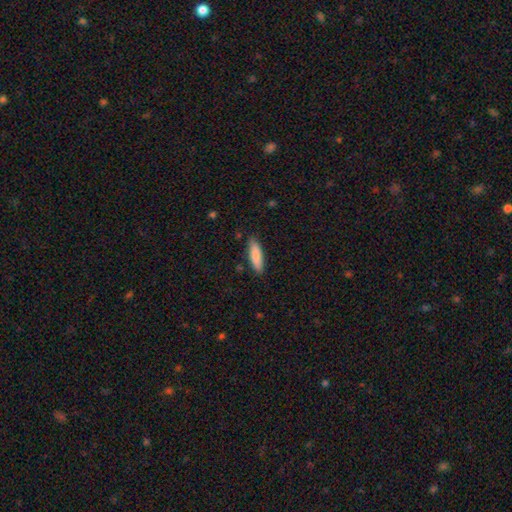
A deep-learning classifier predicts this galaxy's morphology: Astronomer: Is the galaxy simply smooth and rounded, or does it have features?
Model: smooth — 86%.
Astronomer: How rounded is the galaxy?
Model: cigar-shaped — 63%.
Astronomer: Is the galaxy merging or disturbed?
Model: none — 86%.